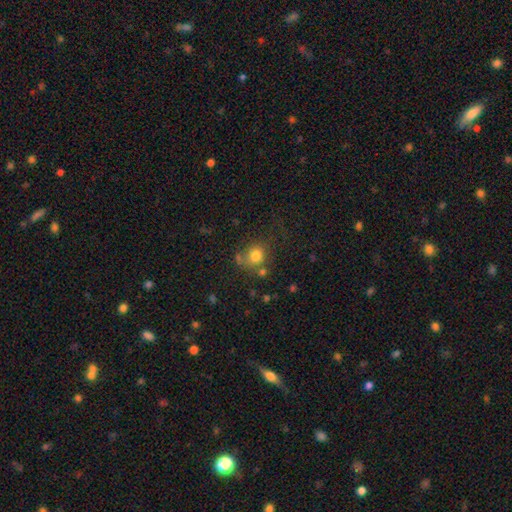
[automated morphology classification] Q: Smooth or featured?
A: smooth (77%); runner-up: star or artifact (13%)
Q: How rounded?
A: round (81%); runner-up: in between (18%)
Q: Merging?
A: none (59%); runner-up: minor disturbance (18%)